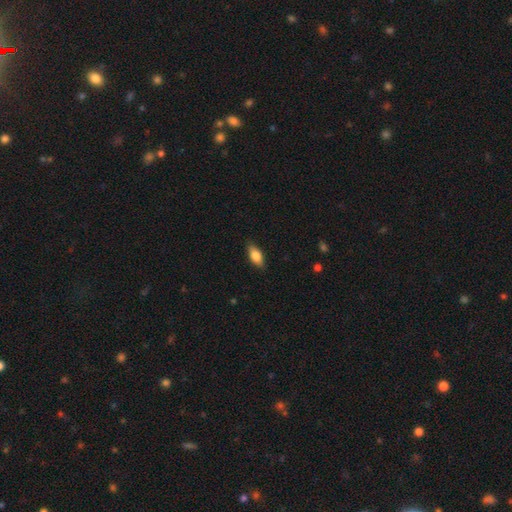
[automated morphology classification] The model was most divided on "smooth or featured": smooth: 80%, featured or disk: 13%, star or artifact: 7%. More confident: how rounded — in between (85%); merging — none (85%).